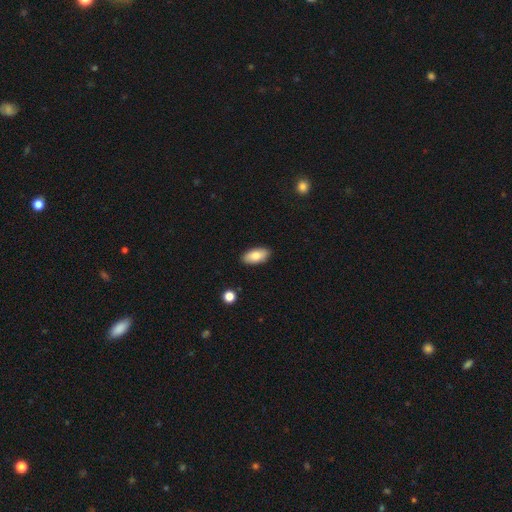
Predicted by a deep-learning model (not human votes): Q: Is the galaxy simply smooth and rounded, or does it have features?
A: smooth — 82%.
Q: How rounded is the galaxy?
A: in between — 91%.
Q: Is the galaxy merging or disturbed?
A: none — 88%.